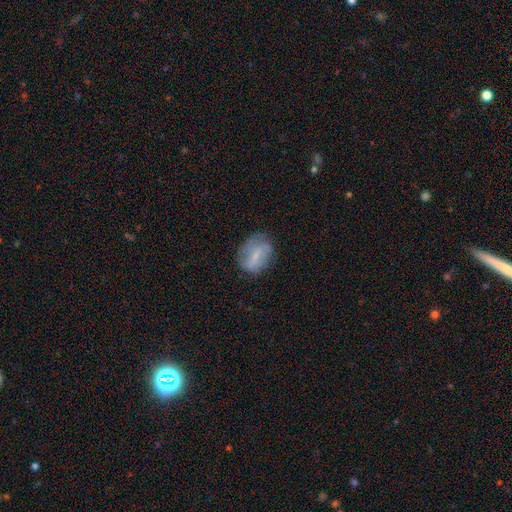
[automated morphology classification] Smooth or featured? Predicted: smooth (p=0.49). Merging? Predicted: none (p=0.64).